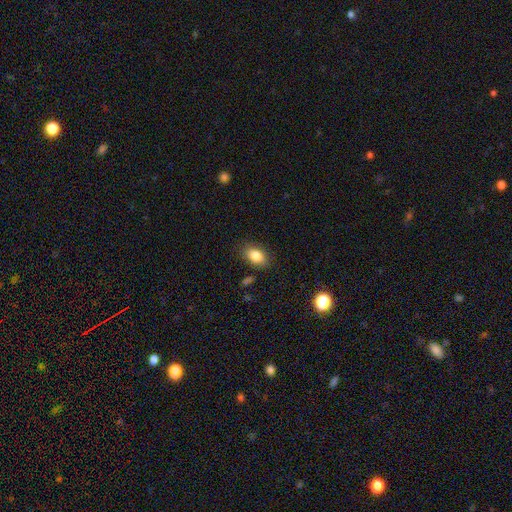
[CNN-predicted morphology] This is clearly a smooth galaxy (84%). How rounded: clearly in between (86%). Merging: clearly none (83%).